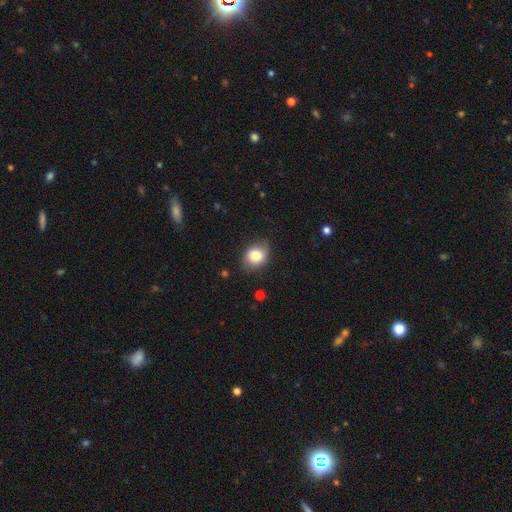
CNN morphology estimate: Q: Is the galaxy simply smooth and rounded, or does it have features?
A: smooth — 82%.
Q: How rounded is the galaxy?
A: in between — 54%.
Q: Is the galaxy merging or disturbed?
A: none — 71%.